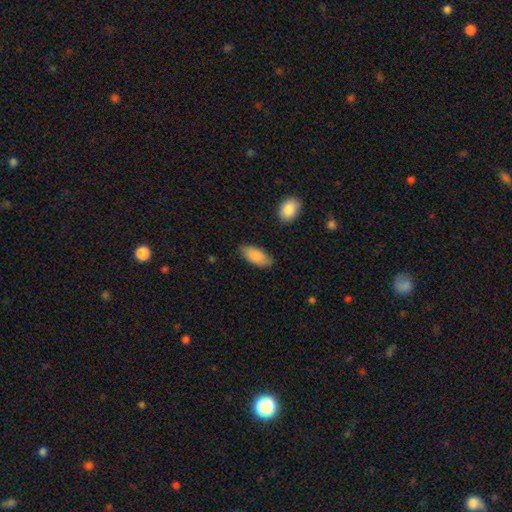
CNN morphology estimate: Smooth or featured? smooth (87%)
How rounded? in between (90%)
Merging? none (83%)